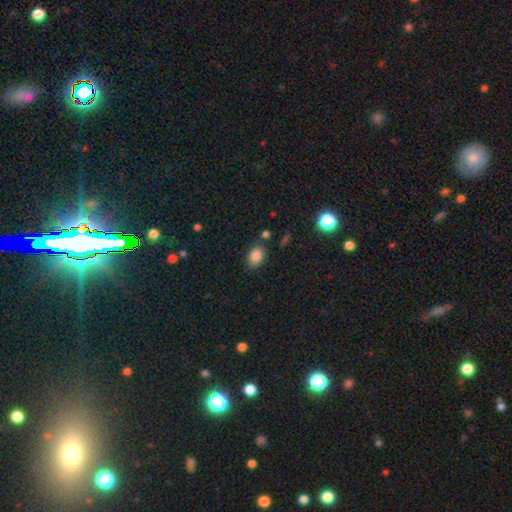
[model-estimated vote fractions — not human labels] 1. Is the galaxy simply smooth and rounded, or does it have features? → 85% smooth, 10% star or artifact, 5% featured or disk.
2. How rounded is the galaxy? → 77% in between, 22% round, 1% cigar-shaped.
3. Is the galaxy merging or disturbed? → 81% none, 12% minor disturbance, 4% merger, 3% major disturbance.